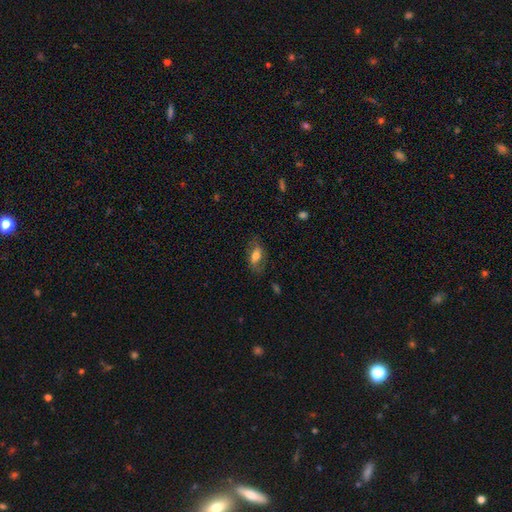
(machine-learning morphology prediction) type=smooth (55%); roundness=in between (87%); merging=none (70%).